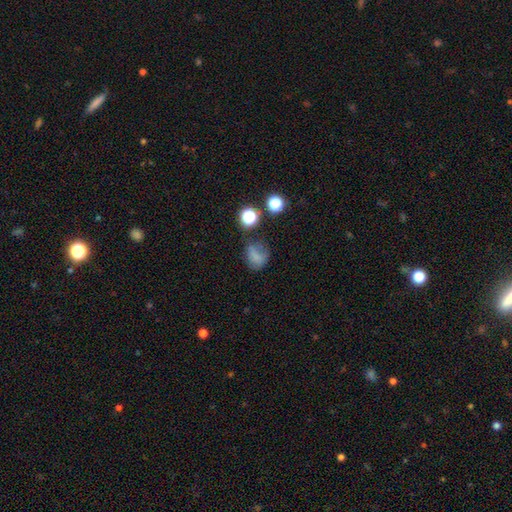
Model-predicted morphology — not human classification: Smooth or featured?
  - smooth: 66% *
  - star or artifact: 19%
  - featured or disk: 15%
How rounded?
  - round: 54% *
  - in between: 45%
  - cigar-shaped: 2%
Merging?
  - none: 41% *
  - minor disturbance: 26%
  - major disturbance: 25%
  - merger: 8%